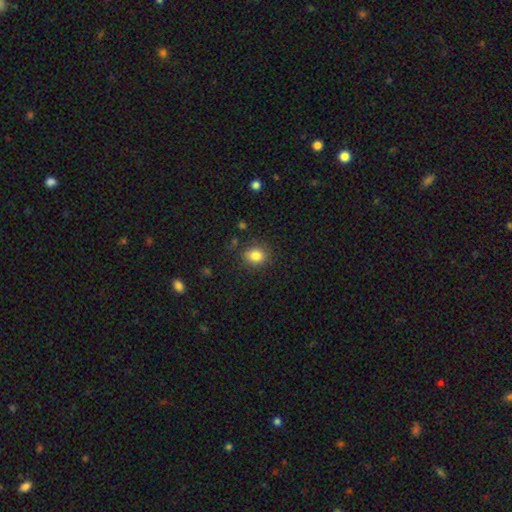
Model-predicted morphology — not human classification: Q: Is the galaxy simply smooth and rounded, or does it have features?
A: smooth — 83%.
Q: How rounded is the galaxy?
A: round — 70%.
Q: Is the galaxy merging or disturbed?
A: none — 85%.